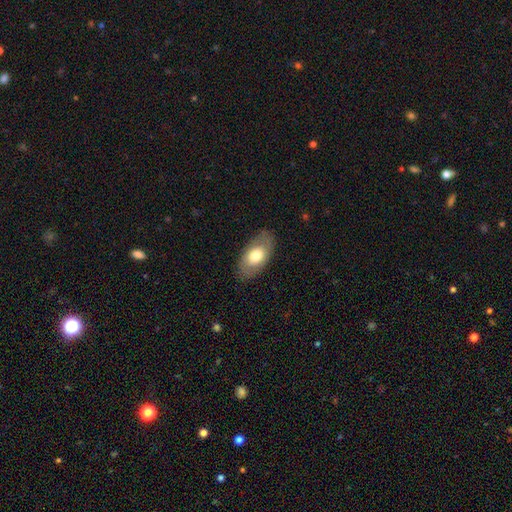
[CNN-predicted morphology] smooth_or_featured: smooth (p=0.65) [alt: featured or disk p=0.29]
how_rounded: in between (p=0.93) [alt: round p=0.05]
merging: none (p=0.83) [alt: minor disturbance p=0.13]